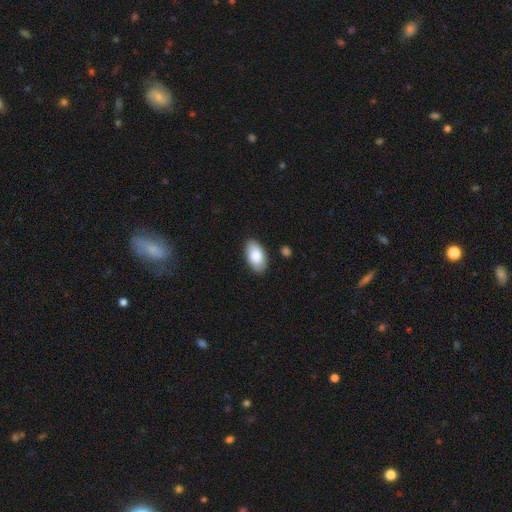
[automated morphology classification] smooth-or-featured: smooth: 82% | featured or disk: 12% | star or artifact: 6%
  how-rounded: in between: 95% | round: 3% | cigar-shaped: 2%
  merging: none: 86% | minor disturbance: 10% | major disturbance: 2% | merger: 2%